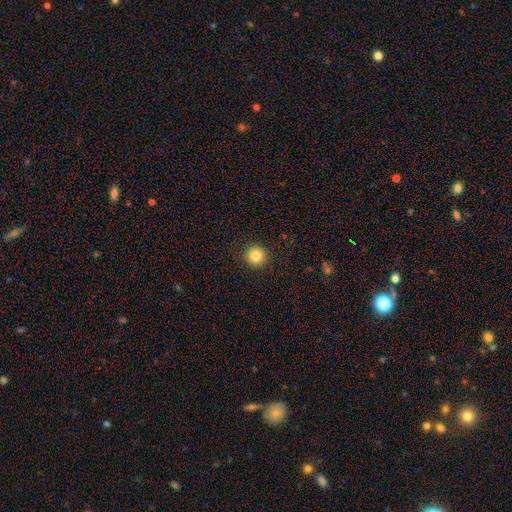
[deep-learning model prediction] smooth-or-featured: smooth: 84% | star or artifact: 11% | featured or disk: 6%
  how-rounded: round: 95% | in between: 4% | cigar-shaped: 1%
  merging: none: 92% | minor disturbance: 5% | major disturbance: 2% | merger: 1%